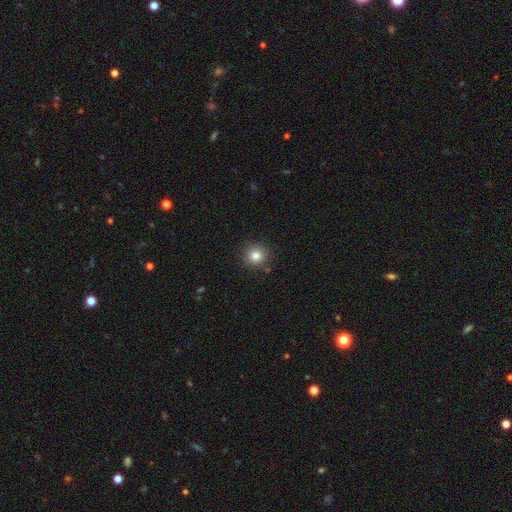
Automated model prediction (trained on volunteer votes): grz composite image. It shows a smooth galaxy with no disk features (82%) that is round (93%). Merging: none (88%).